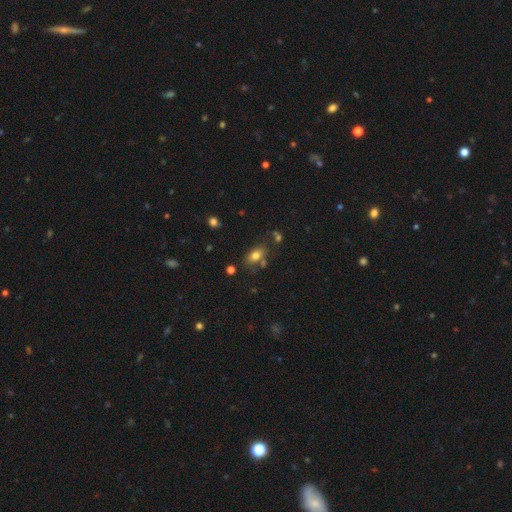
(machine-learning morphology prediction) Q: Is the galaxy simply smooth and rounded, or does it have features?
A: smooth — 77%.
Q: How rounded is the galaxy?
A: in between — 86%.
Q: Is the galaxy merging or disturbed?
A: none — 68%.